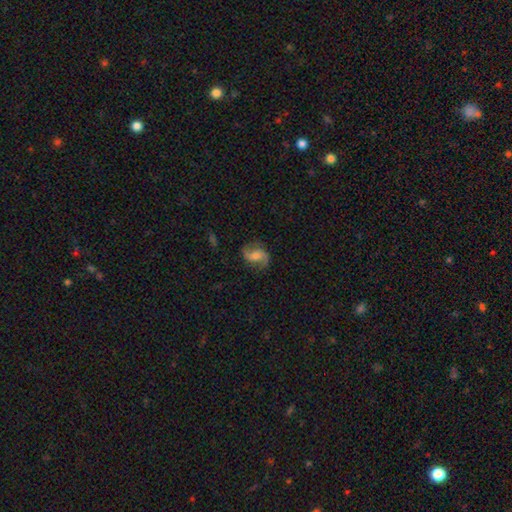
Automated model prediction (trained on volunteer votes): Q: Smooth or featured?
A: featured or disk (72%); runner-up: smooth (20%)
Q: Edge-on disk?
A: no (97%); runner-up: yes (3%)
Q: Bar?
A: weak (43%); runner-up: no (40%)
Q: Spiral arms?
A: yes (94%); runner-up: no (6%)
Q: Spiral winding?
A: loose (54%); runner-up: medium (36%)
Q: Spiral arm count?
A: 2 (91%); runner-up: can't tell (3%)
Q: Bulge size?
A: moderate (47%); runner-up: small (34%)
Q: Merging?
A: none (78%); runner-up: minor disturbance (15%)